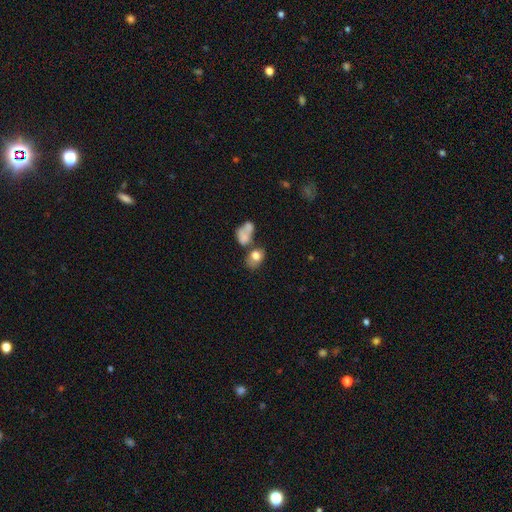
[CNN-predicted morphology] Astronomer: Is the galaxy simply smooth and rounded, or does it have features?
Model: smooth — 73%.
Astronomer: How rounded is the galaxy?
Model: in between — 72%.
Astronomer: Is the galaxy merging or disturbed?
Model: merger — 45% (runner-up: none, 32%).